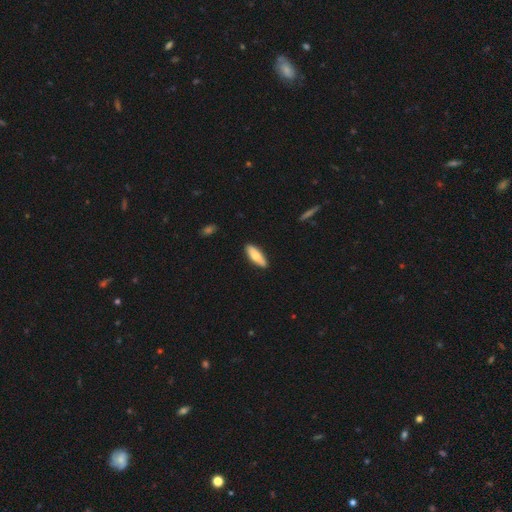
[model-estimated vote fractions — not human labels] Smooth or featured? Predicted: smooth (p=0.72). How rounded? Predicted: in between (p=0.55). Merging? Predicted: none (p=0.88).